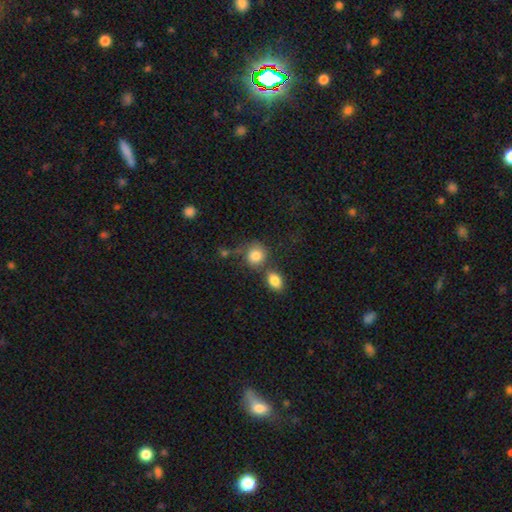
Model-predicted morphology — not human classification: Smooth or featured? Predicted: smooth (p=0.82). How rounded? Predicted: round (p=0.79). Merging? Predicted: none (p=0.52).